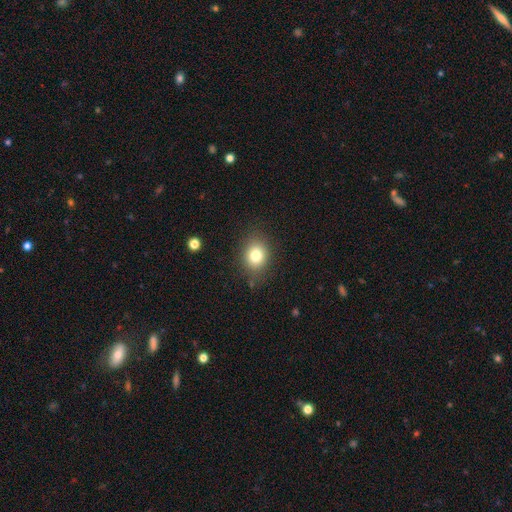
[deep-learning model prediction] A smooth galaxy with no disk features (79%) that is round (56%).

Vote fractions:
- Smooth or featured? smooth: 79% / star or artifact: 11% / featured or disk: 9%
- How rounded? round: 56% / in between: 43% / cigar-shaped: 1%
- Merging? none: 82% / minor disturbance: 12% / major disturbance: 4% / merger: 2%